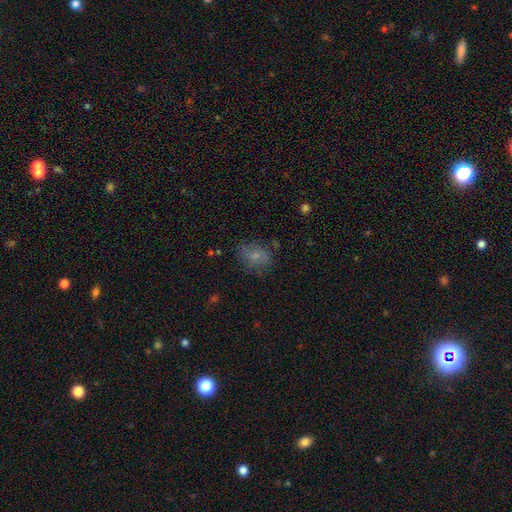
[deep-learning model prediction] Smooth or featured: smooth — 70% (featured or disk — 19%)
How rounded: in between — 67% (round — 31%)
Merging: none — 70% (minor disturbance — 20%)